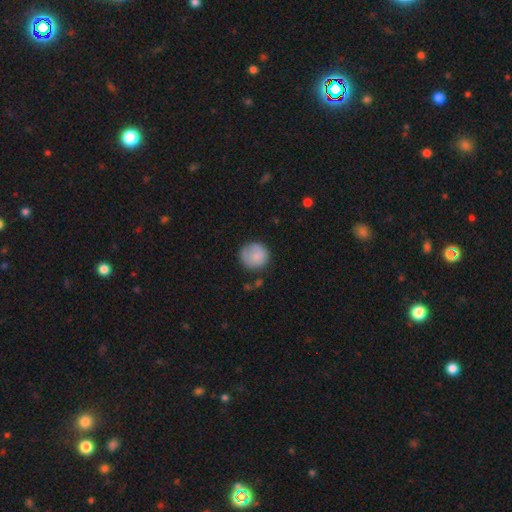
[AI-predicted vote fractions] Smooth or featured: smooth — 82% (featured or disk — 11%)
How rounded: round — 92% (in between — 7%)
Merging: none — 71% (minor disturbance — 20%)